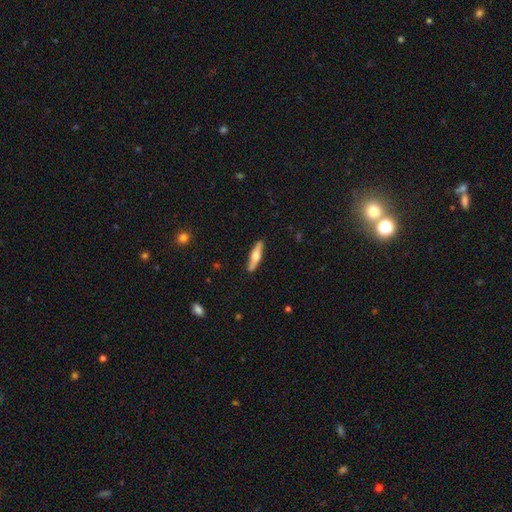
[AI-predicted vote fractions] This appears to be a featured or disk galaxy (49%). Merging: none (89%).